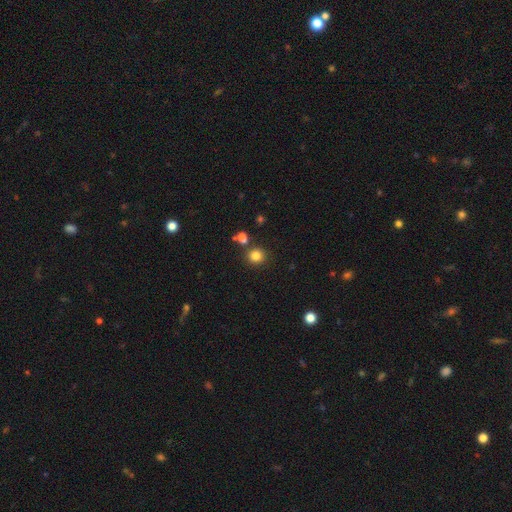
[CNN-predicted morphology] smooth-or-featured: smooth: 82% | star or artifact: 13% | featured or disk: 5%
  how-rounded: round: 87% | in between: 12% | cigar-shaped: 1%
  merging: none: 79% | merger: 10% | minor disturbance: 8% | major disturbance: 3%